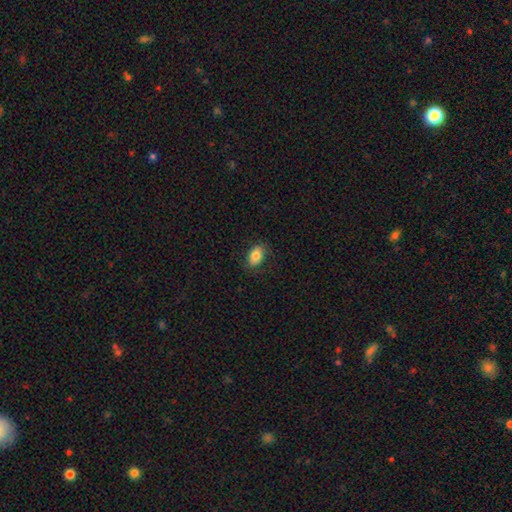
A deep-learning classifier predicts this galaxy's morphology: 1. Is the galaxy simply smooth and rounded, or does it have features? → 82% smooth, 10% featured or disk, 8% star or artifact.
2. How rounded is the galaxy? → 84% in between, 15% round, 1% cigar-shaped.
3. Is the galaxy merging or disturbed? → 81% none, 14% minor disturbance, 4% major disturbance, 1% merger.